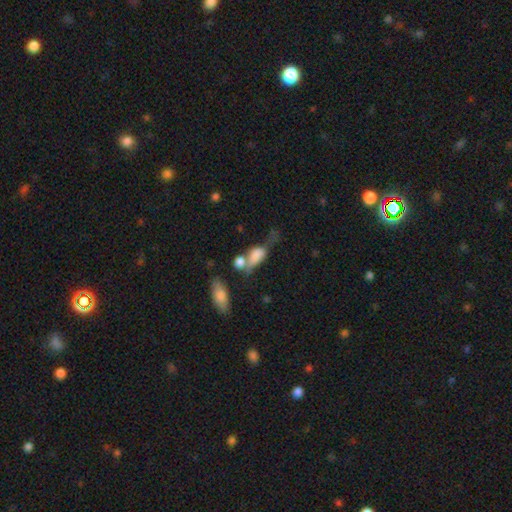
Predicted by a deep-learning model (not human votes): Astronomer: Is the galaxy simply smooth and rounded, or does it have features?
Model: smooth — 72%.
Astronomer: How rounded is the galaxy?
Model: in between — 77%.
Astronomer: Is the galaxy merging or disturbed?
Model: merger — 42% (runner-up: none, 22%).